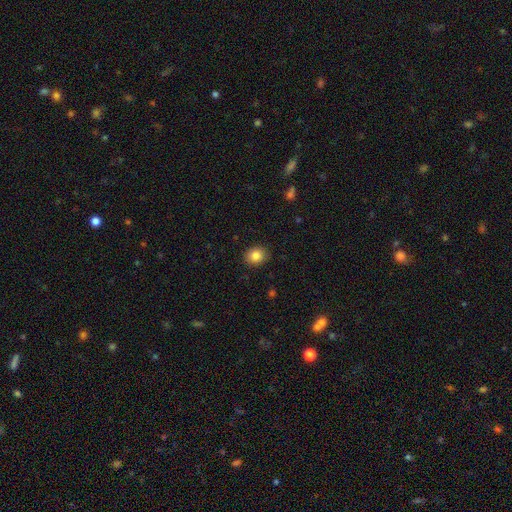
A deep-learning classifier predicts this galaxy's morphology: Smooth or featured? Predicted: smooth (p=0.85). How rounded? Predicted: round (p=0.63). Merging? Predicted: none (p=0.89).